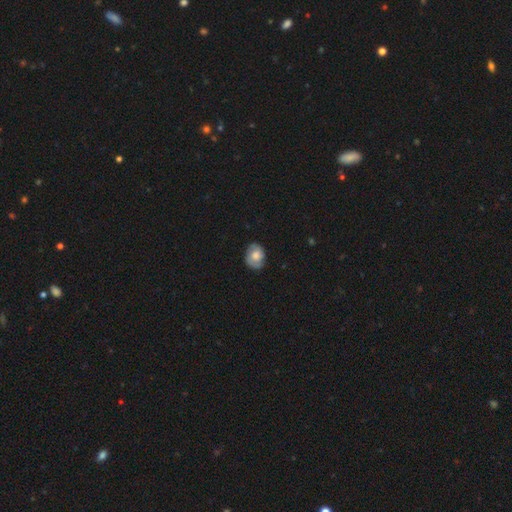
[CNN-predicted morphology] Smooth or featured? smooth (54%)
How rounded? in between (51%)
Merging? none (74%)